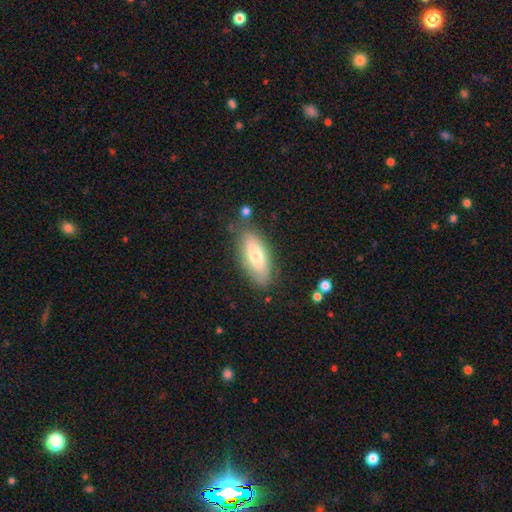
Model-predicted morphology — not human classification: smooth 67%, featured or disk 26%, star or artifact 7%. Down the decision tree: how rounded — in between (79%); merging — none (78%).